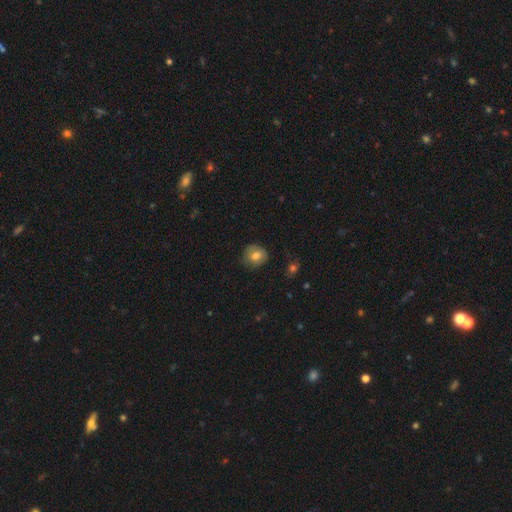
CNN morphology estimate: smooth 74%, featured or disk 17%, star or artifact 9%. Down the decision tree: how rounded — round (78%); merging — none (74%).